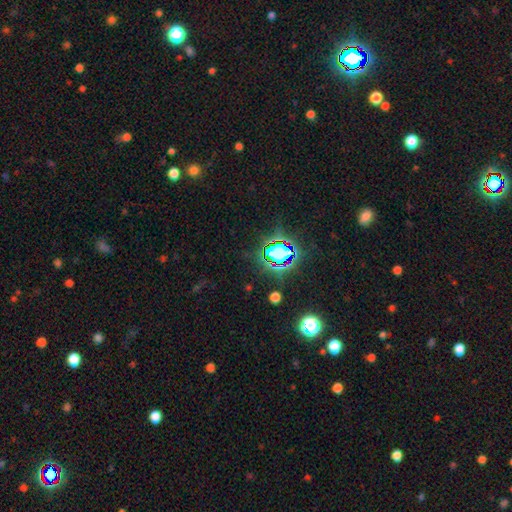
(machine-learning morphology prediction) star or artifact 78%, smooth 14%, featured or disk 8%.